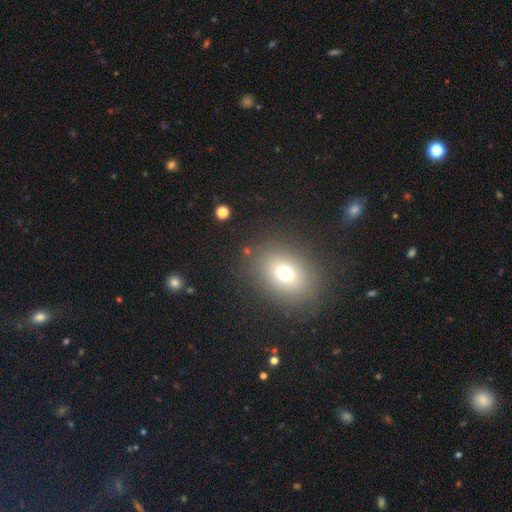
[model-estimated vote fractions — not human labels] Smooth or featured? smooth (66%)
How rounded? in between (63%)
Merging? none (89%)